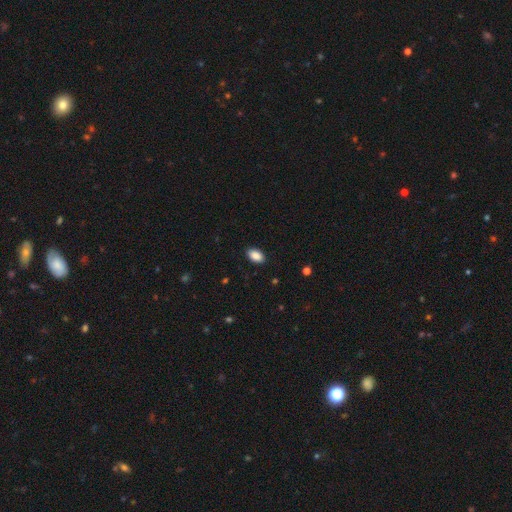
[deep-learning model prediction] This is clearly a smooth galaxy (89%). How rounded: clearly in between (92%). Merging: clearly none (89%).